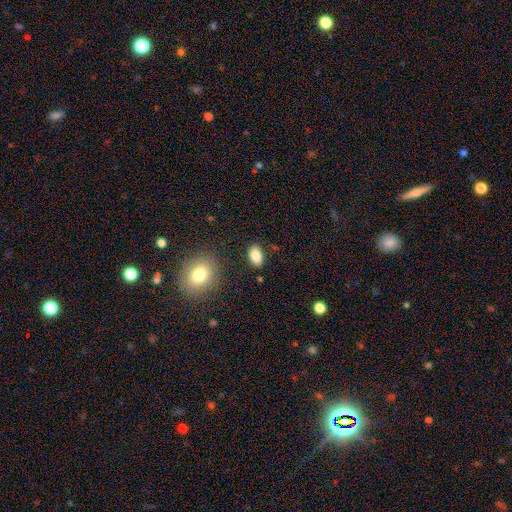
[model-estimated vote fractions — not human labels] This is clearly a smooth galaxy (84%). How rounded: clearly in between (90%). Merging: clearly none (84%).